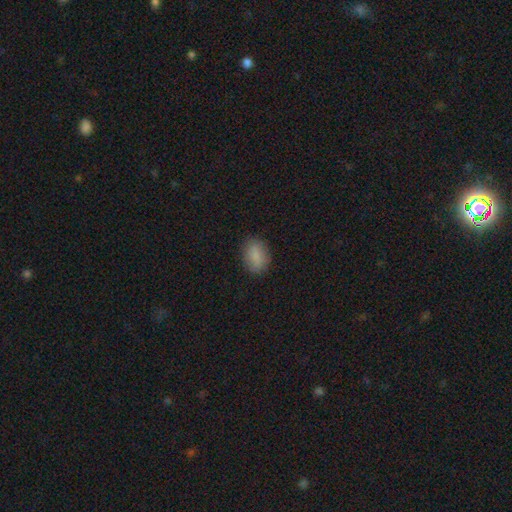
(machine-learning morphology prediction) A smooth galaxy with no disk features (84%) that is in between round and cigar-shaped (78%). Merging: none (83%).